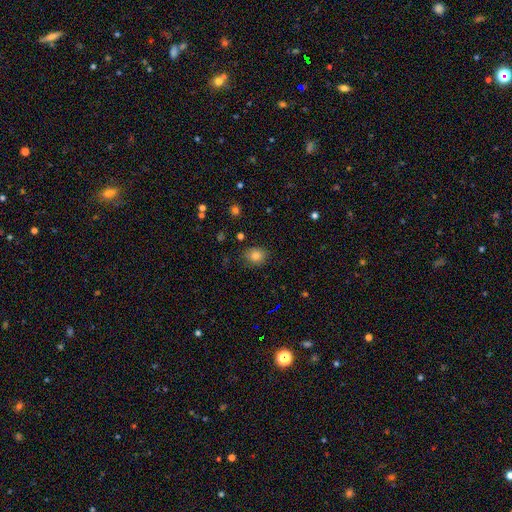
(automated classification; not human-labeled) smooth-or-featured: smooth: 81% | star or artifact: 12% | featured or disk: 7%
  how-rounded: round: 61% | in between: 38% | cigar-shaped: 1%
  merging: none: 82% | minor disturbance: 13% | major disturbance: 3% | merger: 1%